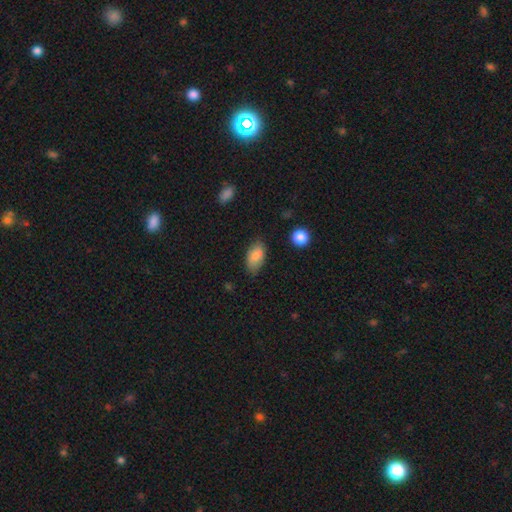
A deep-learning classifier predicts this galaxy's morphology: A smooth galaxy with no disk features (81%) that is in between round and cigar-shaped (92%).

Vote fractions:
- Smooth or featured? smooth: 81% / featured or disk: 11% / star or artifact: 8%
- How rounded? in between: 92% / round: 5% / cigar-shaped: 3%
- Merging? none: 71% / minor disturbance: 21% / major disturbance: 4% / merger: 3%